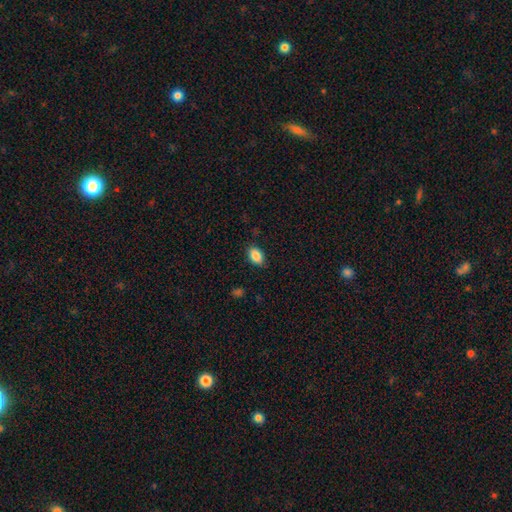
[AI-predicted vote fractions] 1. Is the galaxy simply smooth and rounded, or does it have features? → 88% smooth, 8% star or artifact, 4% featured or disk.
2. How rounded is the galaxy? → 87% in between, 11% round, 1% cigar-shaped.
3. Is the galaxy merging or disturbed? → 85% none, 11% minor disturbance, 2% major disturbance, 1% merger.